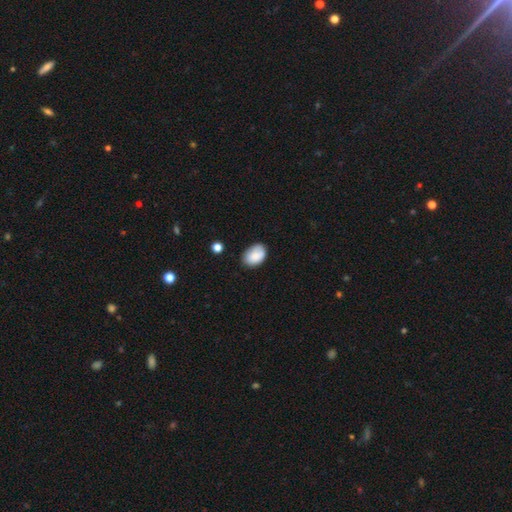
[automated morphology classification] Q: Smooth or featured?
A: smooth (84%); runner-up: featured or disk (8%)
Q: How rounded?
A: in between (83%); runner-up: round (16%)
Q: Merging?
A: none (68%); runner-up: minor disturbance (25%)